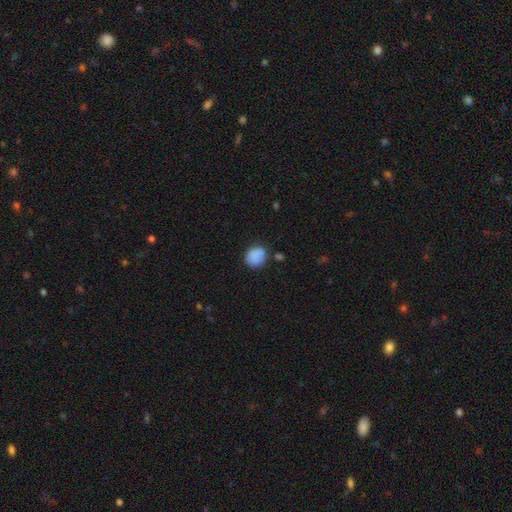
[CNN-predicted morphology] This is clearly a smooth galaxy (86%). How rounded: likely round (72%). Merging: likely none (73%).